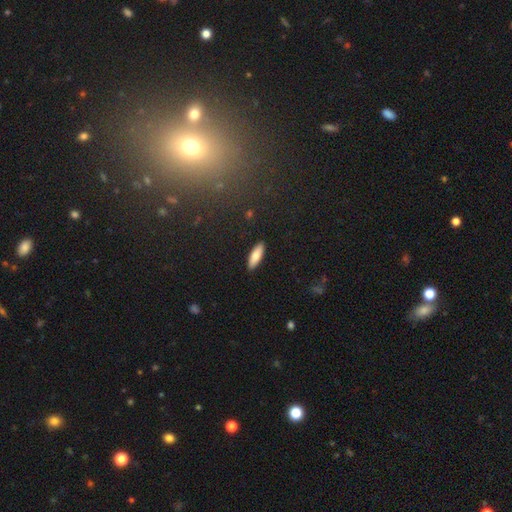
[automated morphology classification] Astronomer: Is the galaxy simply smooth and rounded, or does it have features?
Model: smooth — 81%.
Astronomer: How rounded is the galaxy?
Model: in between — 53% (runner-up: cigar-shaped, 46%).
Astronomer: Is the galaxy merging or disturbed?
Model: none — 90%.